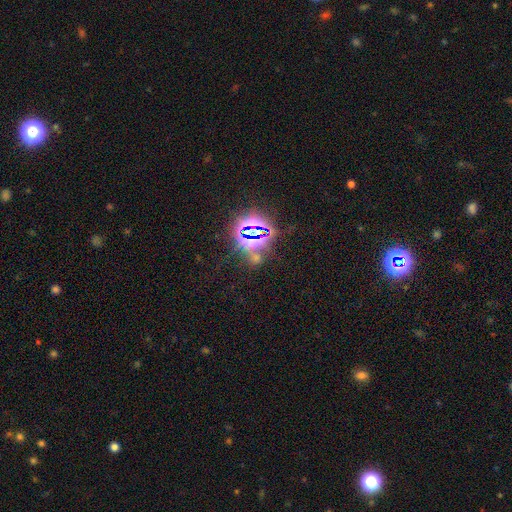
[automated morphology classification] Smooth or featured? Predicted: star or artifact (p=0.80).